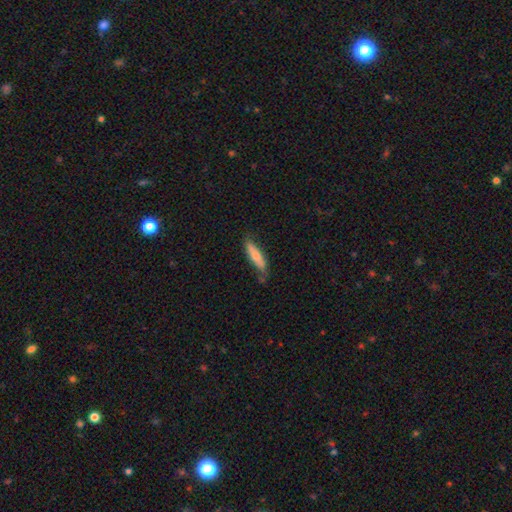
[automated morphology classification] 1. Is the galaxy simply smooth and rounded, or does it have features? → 67% smooth, 27% featured or disk, 6% star or artifact.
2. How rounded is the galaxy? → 69% cigar-shaped, 29% in between, 2% round.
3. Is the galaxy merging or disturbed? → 65% none, 26% minor disturbance, 5% major disturbance, 4% merger.